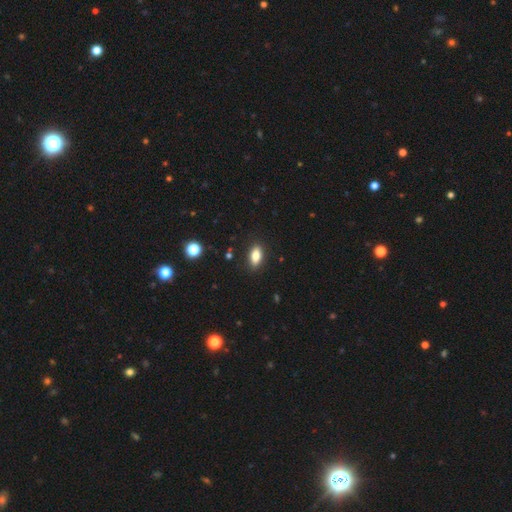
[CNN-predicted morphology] Overall: smooth (81%). How rounded: in between (83%). Merging: none (87%).